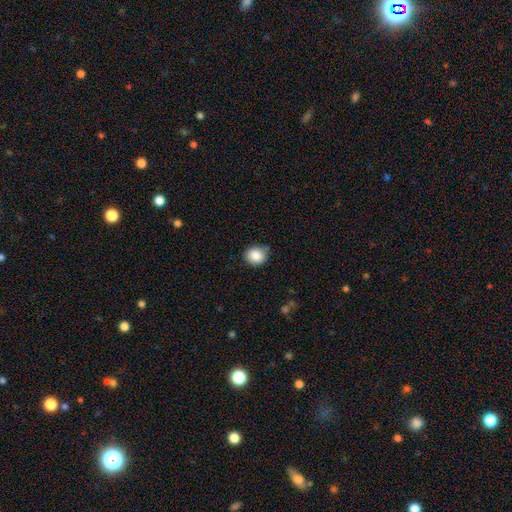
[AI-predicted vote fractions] A smooth galaxy with no disk features (86%) that is round (75%).

Vote fractions:
- Smooth or featured? smooth: 86% / star or artifact: 9% / featured or disk: 5%
- How rounded? round: 75% / in between: 24% / cigar-shaped: 1%
- Merging? none: 82% / minor disturbance: 14% / major disturbance: 2% / merger: 2%